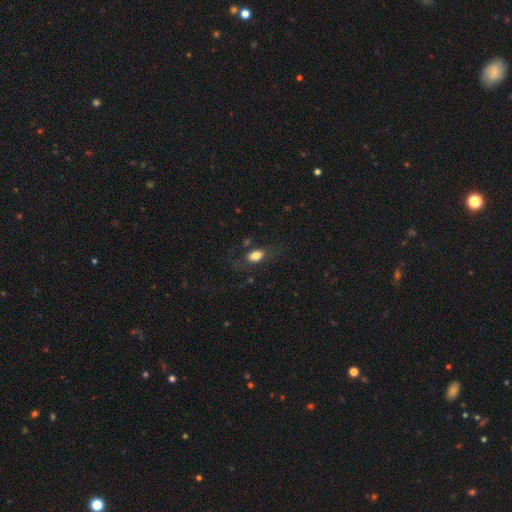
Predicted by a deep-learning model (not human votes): Smooth or featured? Predicted: smooth (p=0.78). How rounded? Predicted: in between (p=0.82). Merging? Predicted: none (p=0.67).